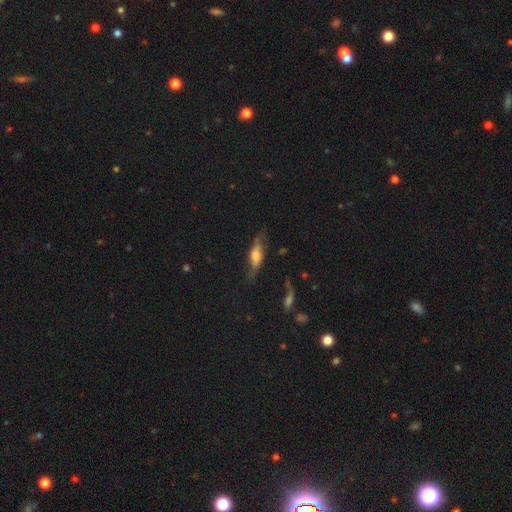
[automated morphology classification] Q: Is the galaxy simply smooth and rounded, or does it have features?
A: smooth — 46%.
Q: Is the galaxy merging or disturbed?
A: none — 52%.